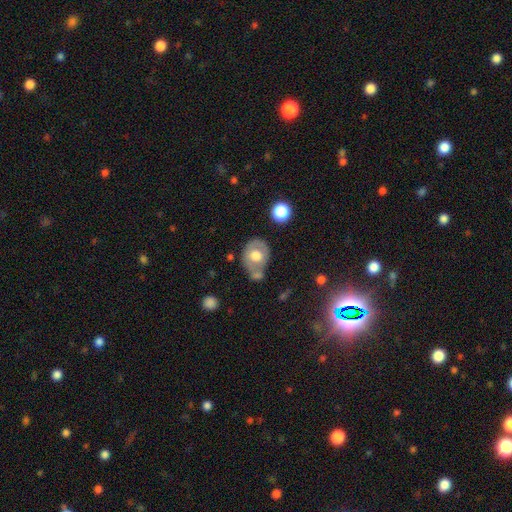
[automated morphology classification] Smooth or featured? smooth (56%)
How rounded? in between (55%)
Merging? none (44%)